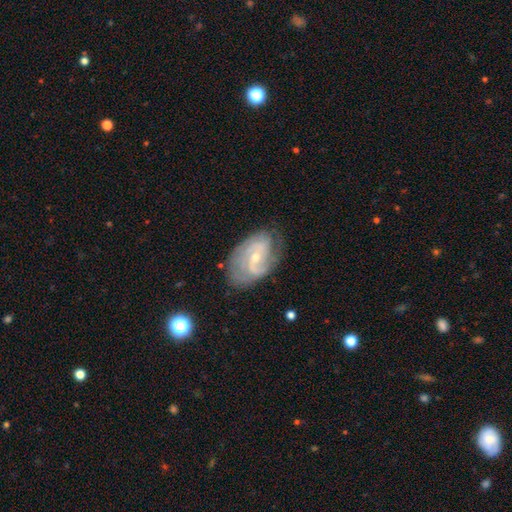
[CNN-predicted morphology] Smooth or featured? Predicted: featured or disk (p=0.83). Edge-on disk? Predicted: no (p=0.96). Bar? Predicted: weak (p=0.46). Spiral arms? Predicted: yes (p=0.94). Spiral winding? Predicted: tight (p=0.42, tied with medium). Spiral arm count? Predicted: 2 (p=0.50). Bulge size? Predicted: small (p=0.63). Merging? Predicted: none (p=0.70).